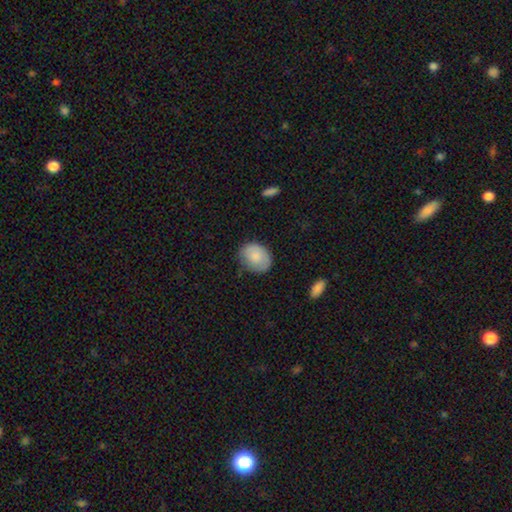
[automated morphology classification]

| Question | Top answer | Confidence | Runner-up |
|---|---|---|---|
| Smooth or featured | smooth | 79% | featured or disk (14%) |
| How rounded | in between | 55% | round (45%) |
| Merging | none | 70% | minor disturbance (23%) |